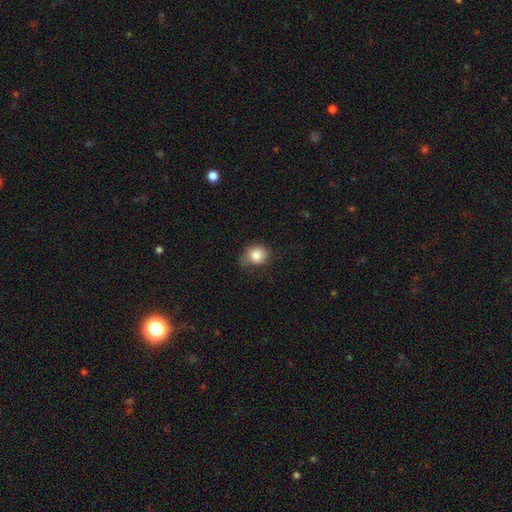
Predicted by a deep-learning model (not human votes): Morphology: type=smooth (84%); roundness=round (68%); merging=none (59%).